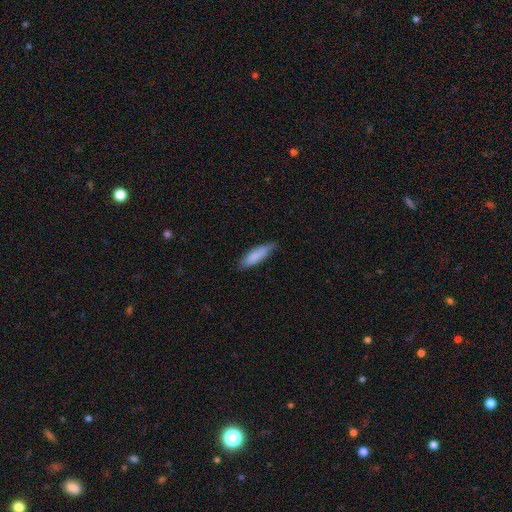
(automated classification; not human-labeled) Overall: smooth (83%). How rounded: cigar-shaped (61%; in between 38%). Merging: none (73%).